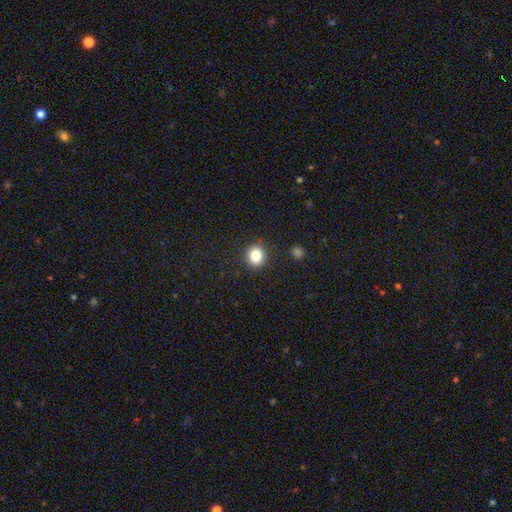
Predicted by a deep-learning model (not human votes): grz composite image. It shows a smooth galaxy with no disk features (84%) that is round (72%). Merging: none (89%).